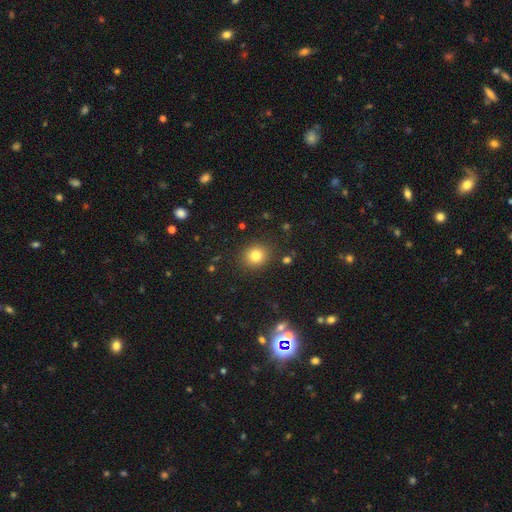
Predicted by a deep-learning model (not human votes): smooth-or-featured: smooth: 80% | star or artifact: 13% | featured or disk: 7%
  how-rounded: round: 80% | in between: 19% | cigar-shaped: 1%
  merging: none: 88% | minor disturbance: 7% | major disturbance: 3% | merger: 2%